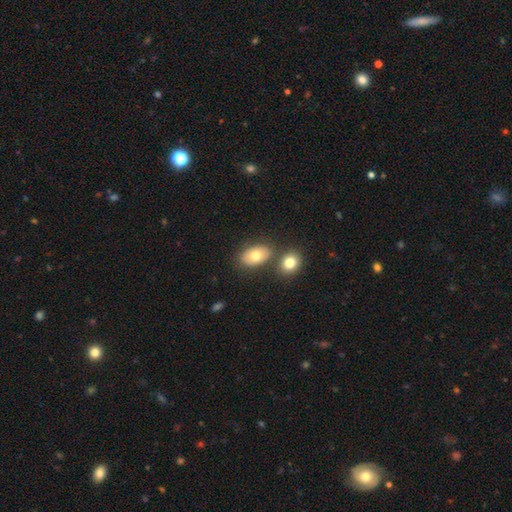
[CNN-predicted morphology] smooth 75%, featured or disk 17%, star or artifact 7%. Down the decision tree: how rounded — in between (87%); merging — none (66%).